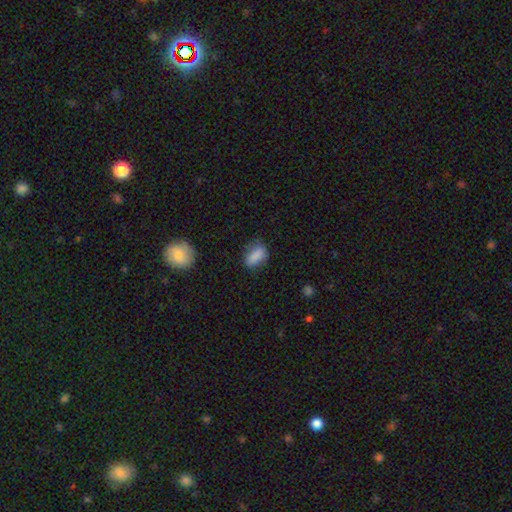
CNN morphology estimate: smooth_or_featured: smooth (p=0.84) [alt: star or artifact p=0.09]
how_rounded: in between (p=0.84) [alt: round p=0.08]
merging: none (p=0.69) [alt: minor disturbance p=0.23]